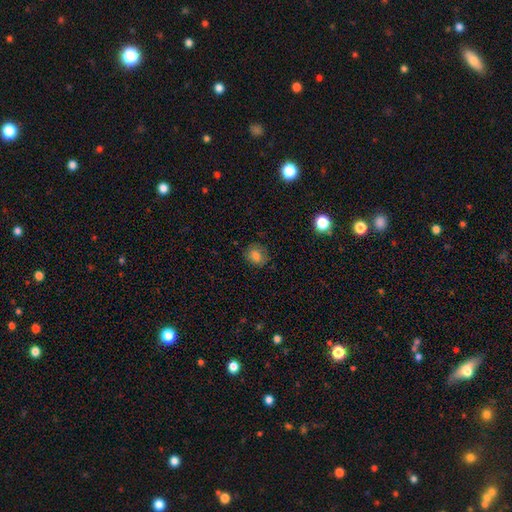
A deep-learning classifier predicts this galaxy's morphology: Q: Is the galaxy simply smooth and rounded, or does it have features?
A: smooth — 79%.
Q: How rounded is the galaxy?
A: round — 62%.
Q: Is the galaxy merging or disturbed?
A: none — 78%.